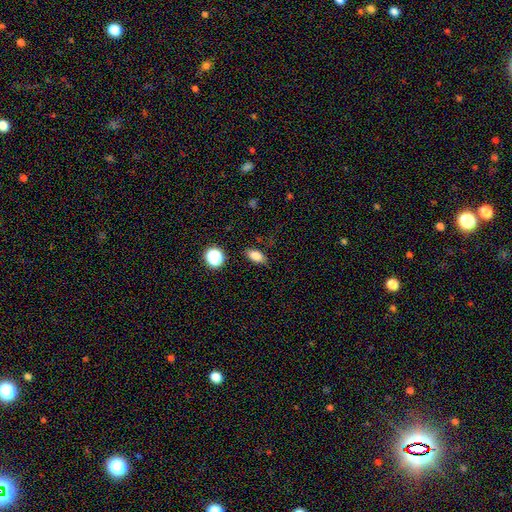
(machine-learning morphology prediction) The model was most divided on "smooth or featured": smooth: 80%, star or artifact: 11%, featured or disk: 9%. More confident: merging — none (83%); how rounded — in between (82%).